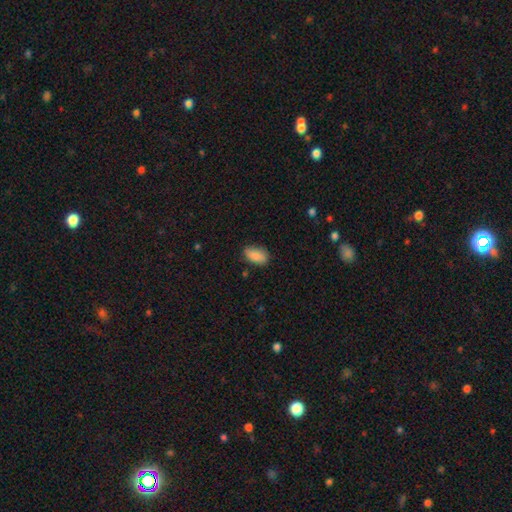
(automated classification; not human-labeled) A smooth galaxy with no disk features (87%) that is in between round and cigar-shaped (91%).

Vote fractions:
- Smooth or featured? smooth: 87% / star or artifact: 7% / featured or disk: 7%
- How rounded? in between: 91% / round: 4% / cigar-shaped: 4%
- Merging? none: 81% / minor disturbance: 15% / major disturbance: 3% / merger: 1%